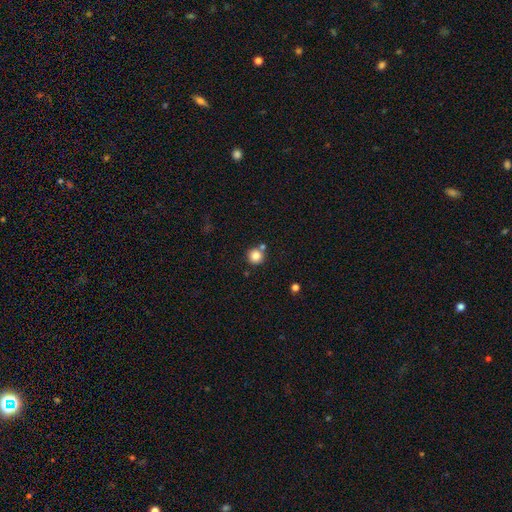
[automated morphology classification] Smooth or featured?
  - smooth: 83% *
  - star or artifact: 11%
  - featured or disk: 6%
How rounded?
  - round: 95% *
  - in between: 4%
  - cigar-shaped: 1%
Merging?
  - none: 77% *
  - merger: 13%
  - minor disturbance: 8%
  - major disturbance: 2%